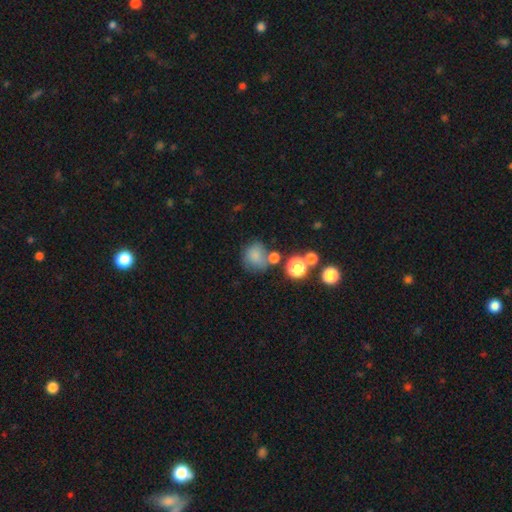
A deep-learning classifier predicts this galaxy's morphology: This is likely a smooth galaxy (76%). How rounded: likely round (78%). Merging: possibly none (55%).